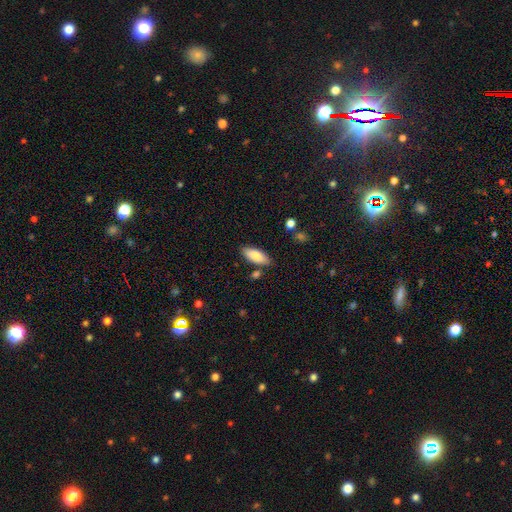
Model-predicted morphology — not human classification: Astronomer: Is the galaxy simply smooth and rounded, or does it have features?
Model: smooth — 84%.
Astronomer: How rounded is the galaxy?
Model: in between — 83%.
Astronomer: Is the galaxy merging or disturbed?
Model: none — 82%.